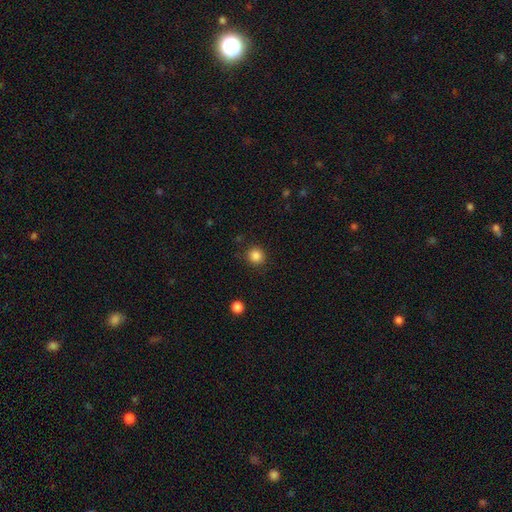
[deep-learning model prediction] Smooth or featured? smooth (86%)
How rounded? round (92%)
Merging? none (88%)